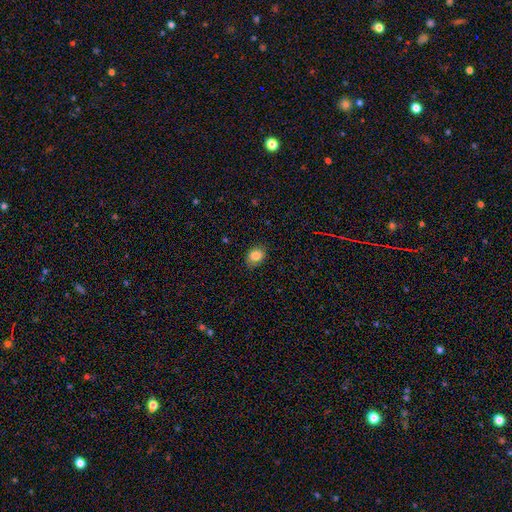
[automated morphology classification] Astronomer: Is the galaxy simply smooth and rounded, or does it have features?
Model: smooth — 85%.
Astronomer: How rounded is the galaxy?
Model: in between — 54% (runner-up: round, 45%).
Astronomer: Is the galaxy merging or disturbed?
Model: none — 81%.